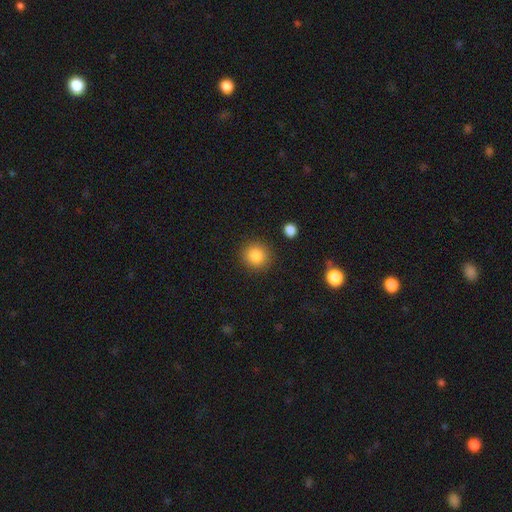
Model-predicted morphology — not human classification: Smooth or featured? Predicted: smooth (p=0.86). How rounded? Predicted: round (p=0.91). Merging? Predicted: none (p=0.89).